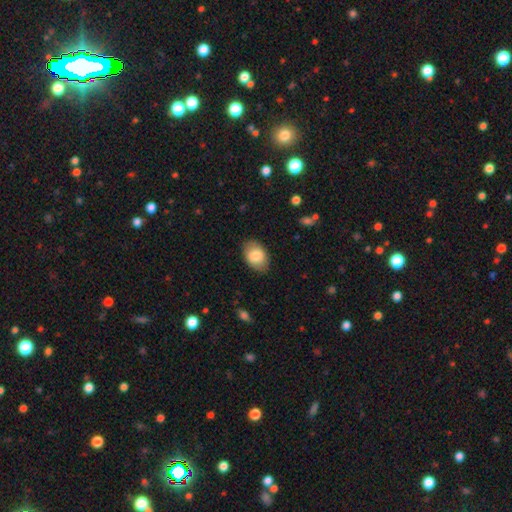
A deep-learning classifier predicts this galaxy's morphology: Overall: smooth (82%). How rounded: in between (85%). Merging: none (84%).